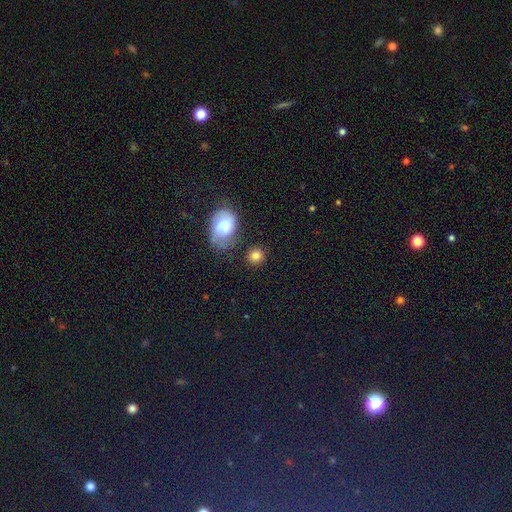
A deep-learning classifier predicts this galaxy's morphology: smooth 82%, star or artifact 9%, featured or disk 9%. Down the decision tree: how rounded — round (85%); merging — none (77%).